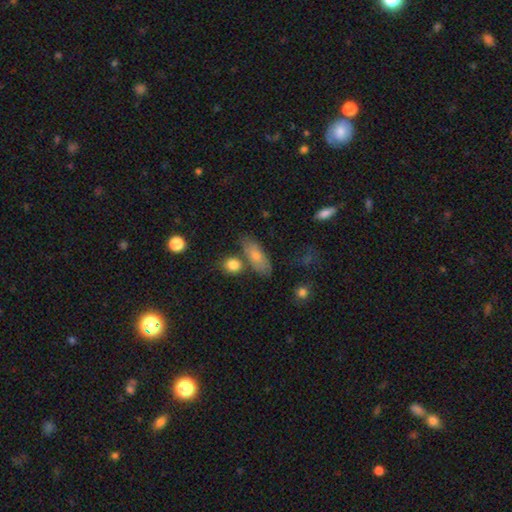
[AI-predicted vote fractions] Q: Smooth or featured?
A: smooth (70%); runner-up: featured or disk (21%)
Q: How rounded?
A: in between (67%); runner-up: cigar-shaped (26%)
Q: Merging?
A: none (67%); runner-up: minor disturbance (15%)